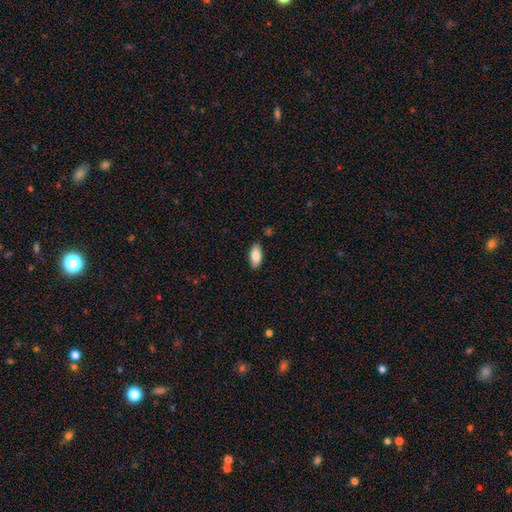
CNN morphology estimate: smooth_or_featured: smooth (p=0.87) [alt: featured or disk p=0.07]
how_rounded: in between (p=0.90) [alt: cigar-shaped p=0.08]
merging: none (p=0.85) [alt: minor disturbance p=0.11]